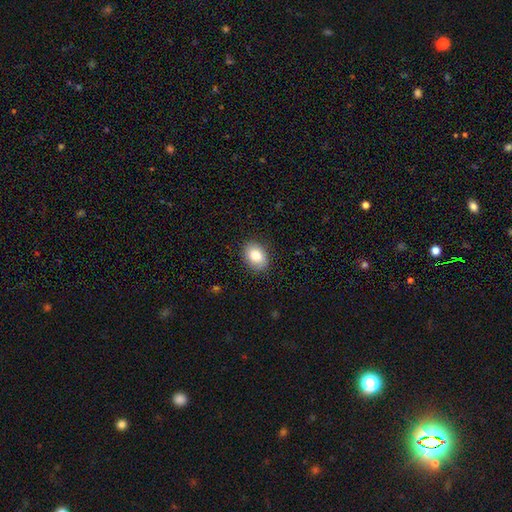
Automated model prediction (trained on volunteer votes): Overall: smooth (84%). How rounded: in between (72%). Merging: none (85%).